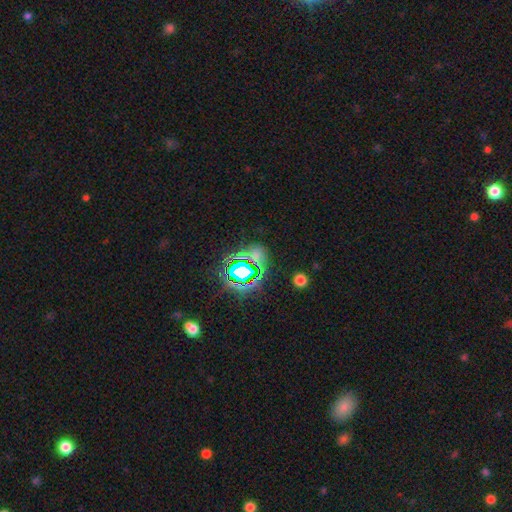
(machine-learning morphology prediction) Smooth or featured?
  - star or artifact: 68% *
  - smooth: 21%
  - featured or disk: 11%